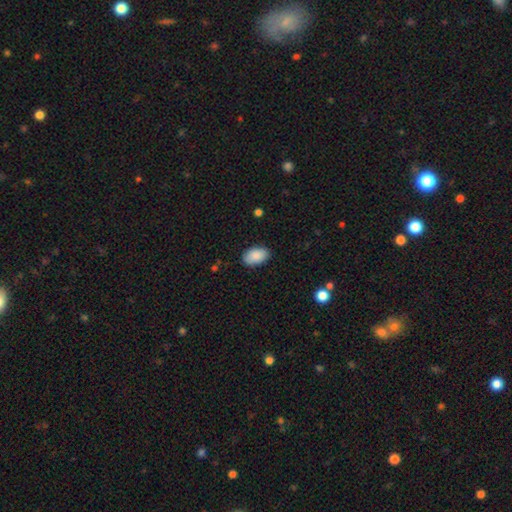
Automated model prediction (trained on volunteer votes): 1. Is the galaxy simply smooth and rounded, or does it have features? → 90% smooth, 6% star or artifact, 4% featured or disk.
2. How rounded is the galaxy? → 93% in between, 6% round, 1% cigar-shaped.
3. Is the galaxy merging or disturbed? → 86% none, 11% minor disturbance, 2% major disturbance, 1% merger.